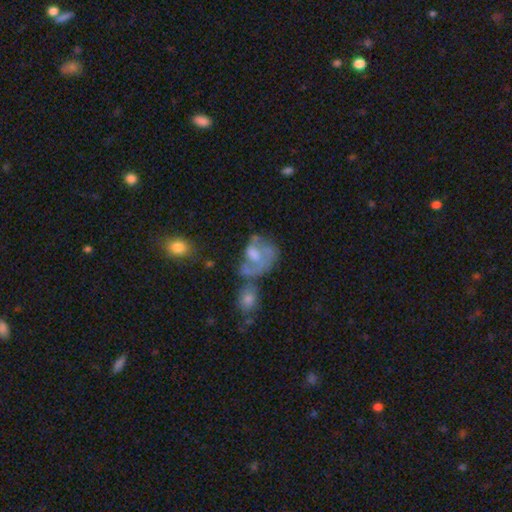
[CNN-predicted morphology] Smooth or featured?
  - featured or disk: 50% *
  - smooth: 40%
  - star or artifact: 10%
Edge-on disk?
  - no: 97% *
  - yes: 3%
Merging?
  - major disturbance: 32% *
  - merger: 27%
  - none: 23%
  - minor disturbance: 18%